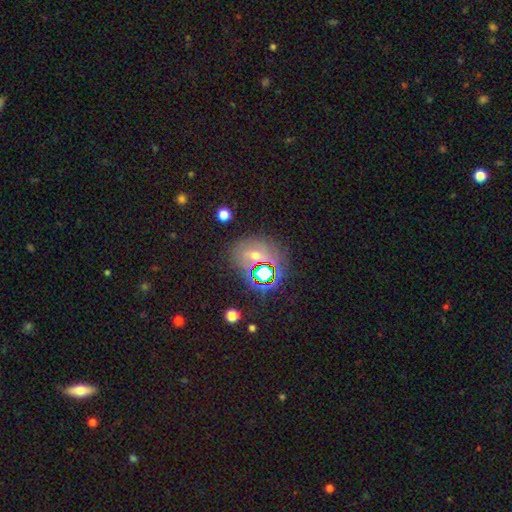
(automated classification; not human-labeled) Smooth or featured: star or artifact — 41% (smooth — 38%)